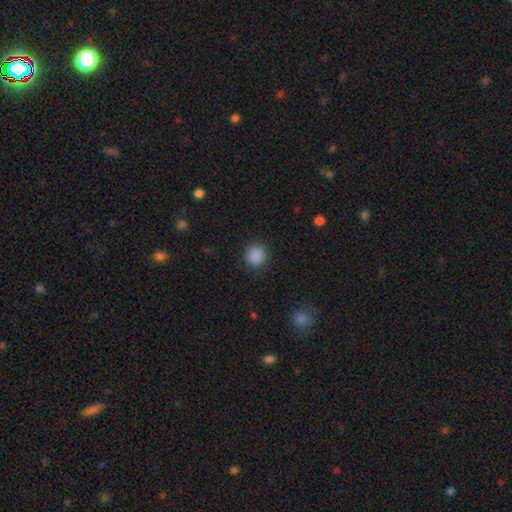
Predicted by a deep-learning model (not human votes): A smooth galaxy with no disk features (88%) that is round (92%). Merging: none (90%).